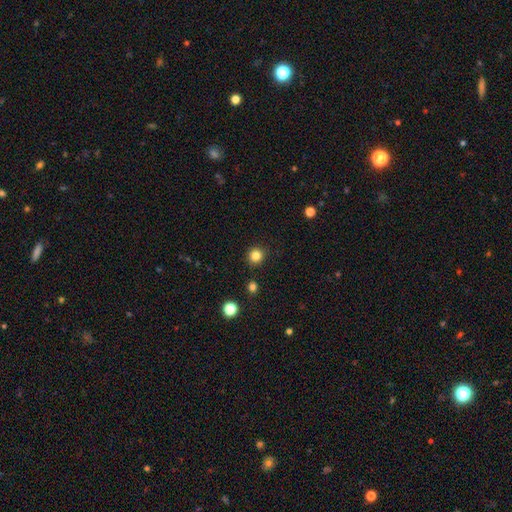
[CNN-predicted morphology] Overall: smooth (83%). How rounded: round (92%). Merging: none (90%).